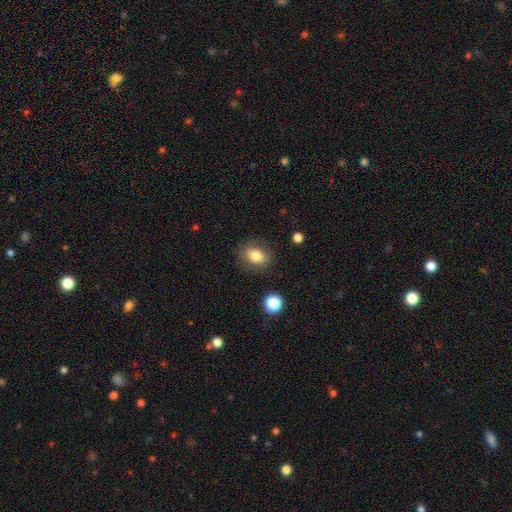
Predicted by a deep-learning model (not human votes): Smooth or featured? smooth (81%)
How rounded? in between (64%)
Merging? none (84%)